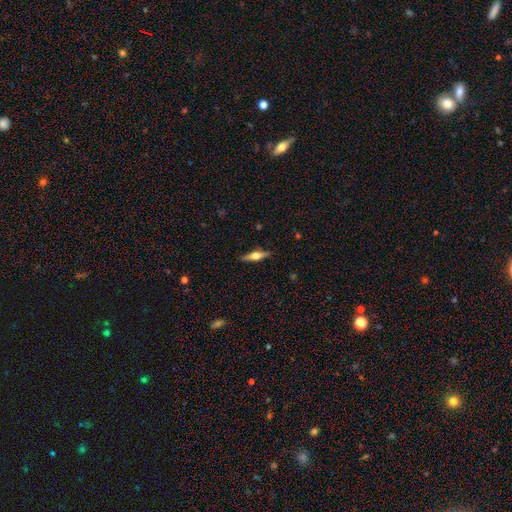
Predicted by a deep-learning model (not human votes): smooth_or_featured: featured or disk (p=0.61) [alt: smooth p=0.33]
disk_edge_on: yes (p=0.96) [alt: no p=0.04]
edge_on_bulge: rounded (p=0.93) [alt: boxy p=0.05]
merging: none (p=0.89) [alt: minor disturbance p=0.08]